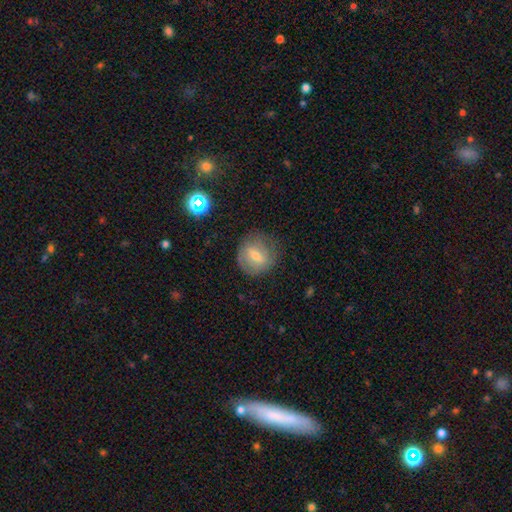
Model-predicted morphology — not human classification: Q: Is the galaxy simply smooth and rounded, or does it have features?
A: smooth — 49%.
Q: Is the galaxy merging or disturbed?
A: none — 73%.